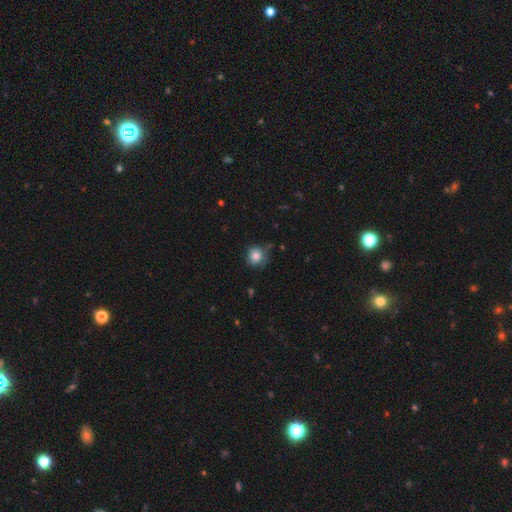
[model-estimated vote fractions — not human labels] Morphology: type=smooth (81%); roundness=round (89%); merging=none (65%).